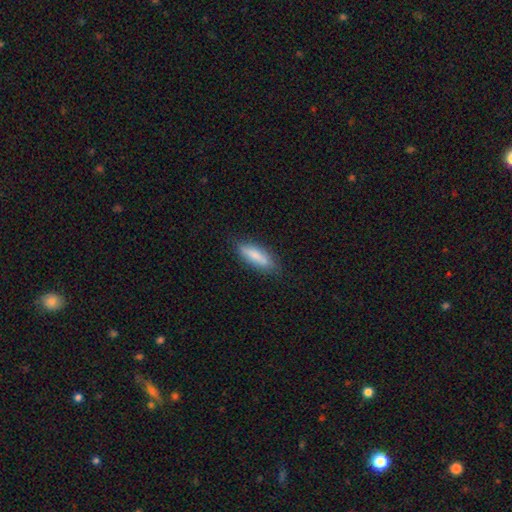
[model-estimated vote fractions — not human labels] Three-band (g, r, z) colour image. It shows a smooth galaxy with no disk features (78%) that is cigar-shaped (57%). Merging: none (83%).